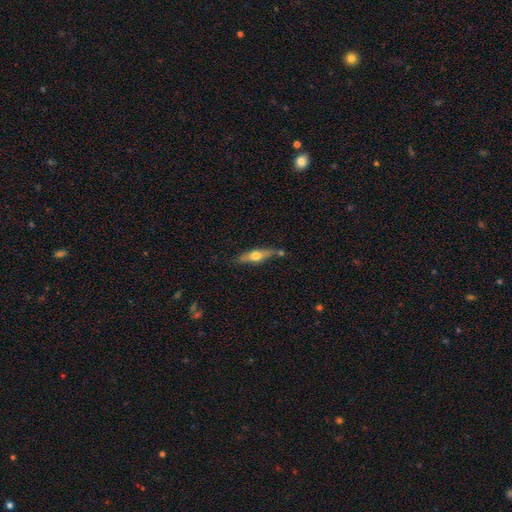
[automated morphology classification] Q: Smooth or featured?
A: featured or disk (51%); runner-up: smooth (43%)
Q: Edge-on disk?
A: yes (89%); runner-up: no (11%)
Q: Merging?
A: none (71%); runner-up: minor disturbance (17%)